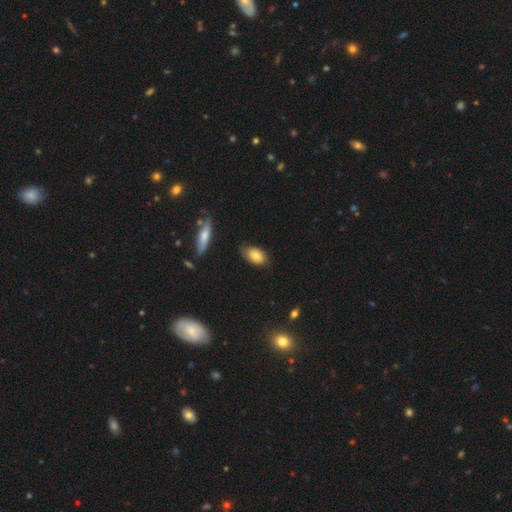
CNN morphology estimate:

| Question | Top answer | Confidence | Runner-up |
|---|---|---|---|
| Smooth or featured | smooth | 77% | featured or disk (15%) |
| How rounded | in between | 90% | round (7%) |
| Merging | none | 75% | minor disturbance (19%) |